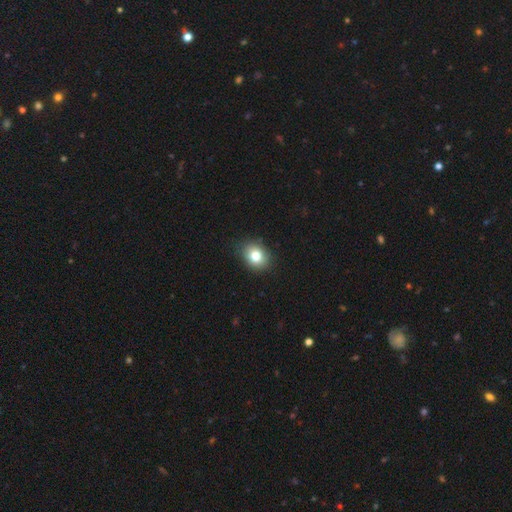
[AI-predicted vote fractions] A smooth galaxy with no disk features (81%) that is round (52%).

Vote fractions:
- Smooth or featured? smooth: 81% / star or artifact: 10% / featured or disk: 9%
- How rounded? round: 52% / in between: 47% / cigar-shaped: 1%
- Merging? none: 86% / minor disturbance: 10% / major disturbance: 2% / merger: 1%